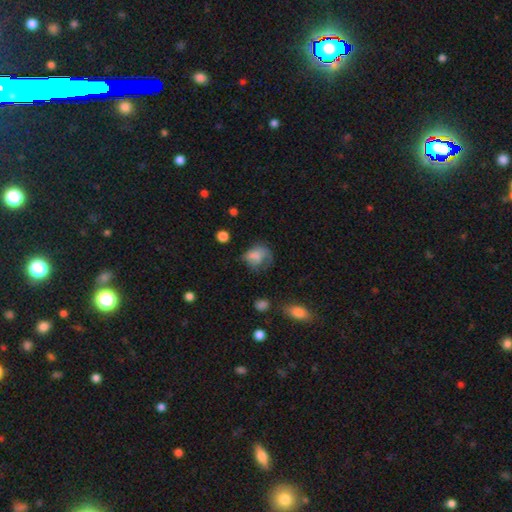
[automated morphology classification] smooth 66%, featured or disk 23%, star or artifact 11%. Down the decision tree: how rounded — in between (57%); merging — major disturbance (36%).